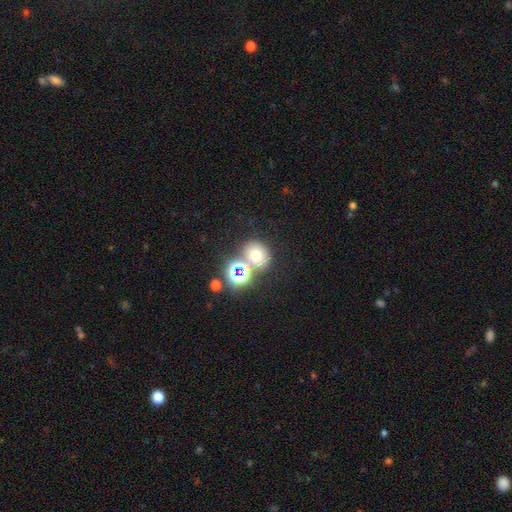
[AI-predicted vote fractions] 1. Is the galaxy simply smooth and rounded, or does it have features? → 62% smooth, 26% star or artifact, 12% featured or disk.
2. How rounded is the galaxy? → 66% round, 33% in between, 1% cigar-shaped.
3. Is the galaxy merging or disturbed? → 57% none, 29% merger, 10% minor disturbance, 5% major disturbance.